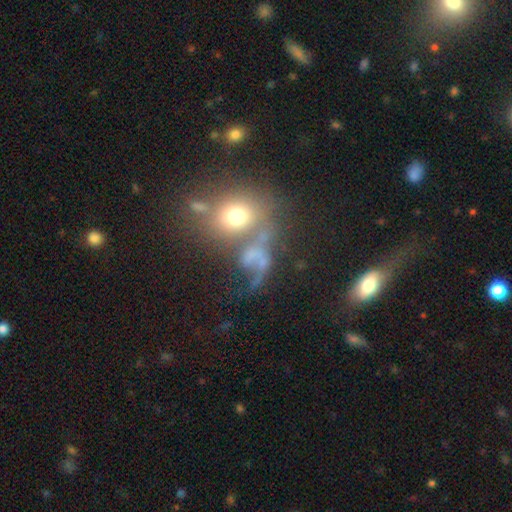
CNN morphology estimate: Q: Smooth or featured?
A: smooth (45%); runner-up: featured or disk (35%)
Q: Merging?
A: merger (36%); runner-up: major disturbance (27%)